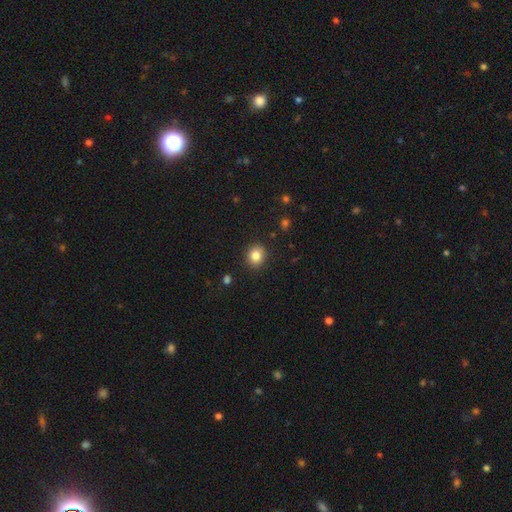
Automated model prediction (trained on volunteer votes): smooth 84%, star or artifact 10%, featured or disk 6%. Down the decision tree: how rounded — round (76%); merging — none (90%).